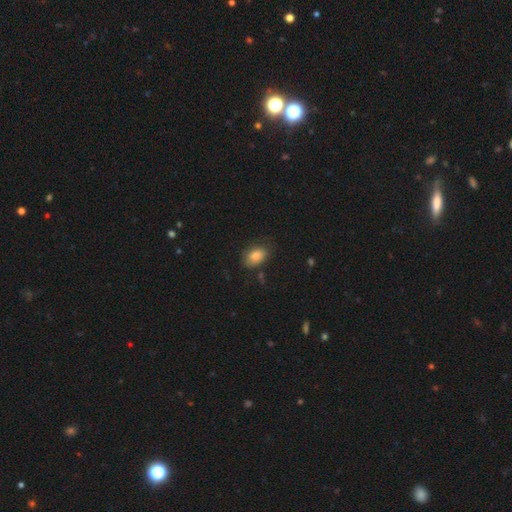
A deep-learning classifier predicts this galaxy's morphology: A smooth galaxy with no disk features (84%) that is in between round and cigar-shaped (86%). Merging: none (75%).